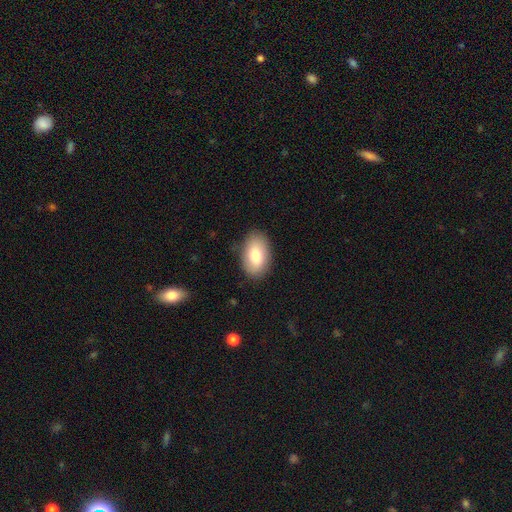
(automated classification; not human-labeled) Overall: smooth (78%). How rounded: in between (92%). Merging: none (84%).